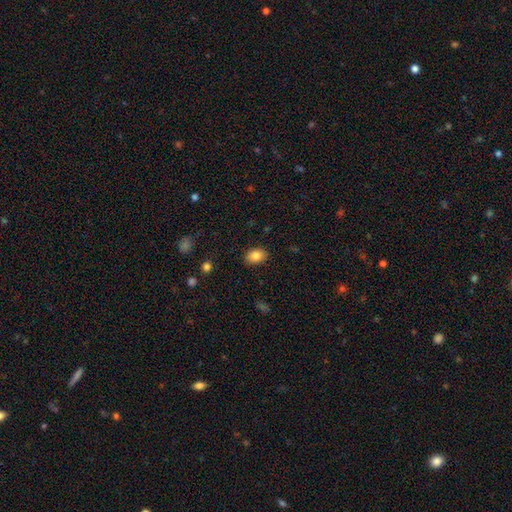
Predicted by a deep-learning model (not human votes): smooth 85%, star or artifact 9%, featured or disk 6%. Down the decision tree: how rounded — in between (74%); merging — none (87%).